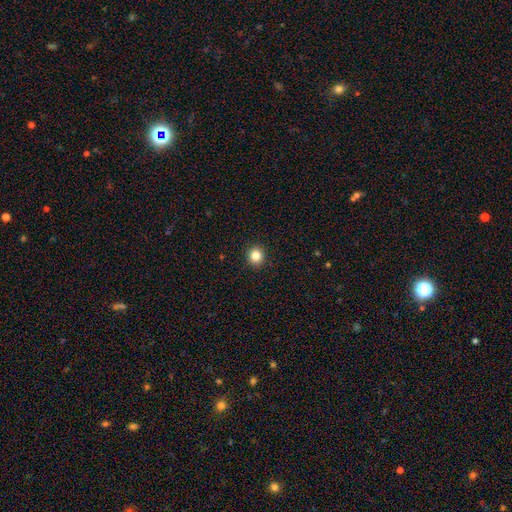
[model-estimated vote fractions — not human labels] smooth-or-featured: smooth: 83% | star or artifact: 12% | featured or disk: 5%
  how-rounded: round: 92% | in between: 8% | cigar-shaped: 1%
  merging: none: 93% | minor disturbance: 4% | major disturbance: 2% | merger: 1%